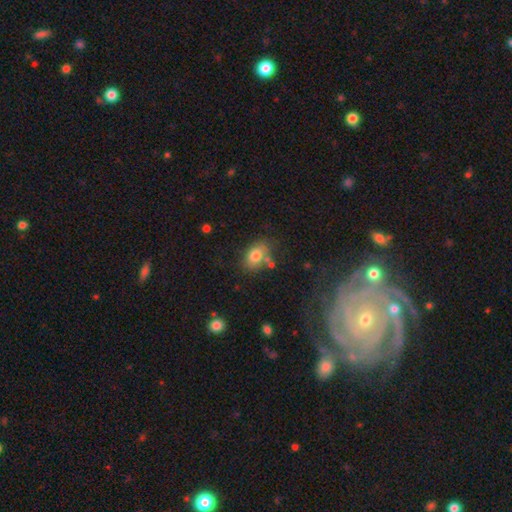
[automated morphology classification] This appears to be a smooth galaxy with no disk features (78%) that is in between round and cigar-shaped (81%). Merging: none (64%).